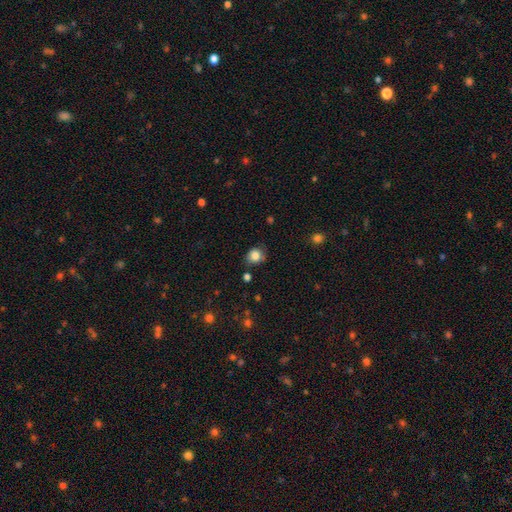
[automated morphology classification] This appears to be a smooth galaxy with no disk features (82%) that is round (69%). Merging: none (72%).